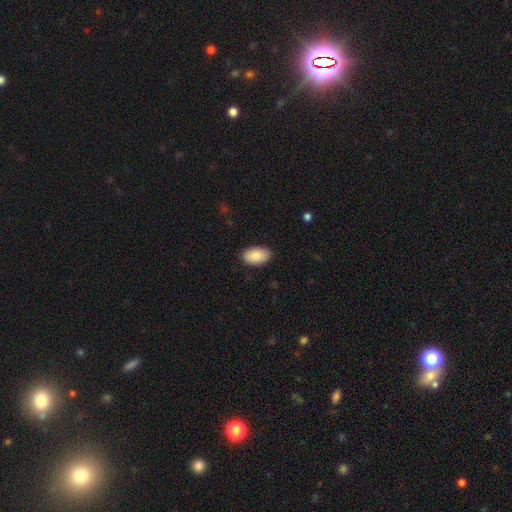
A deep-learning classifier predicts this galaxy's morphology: smooth_or_featured: smooth (p=0.89) [alt: star or artifact p=0.06]
how_rounded: in between (p=0.94) [alt: round p=0.05]
merging: none (p=0.87) [alt: minor disturbance p=0.10]